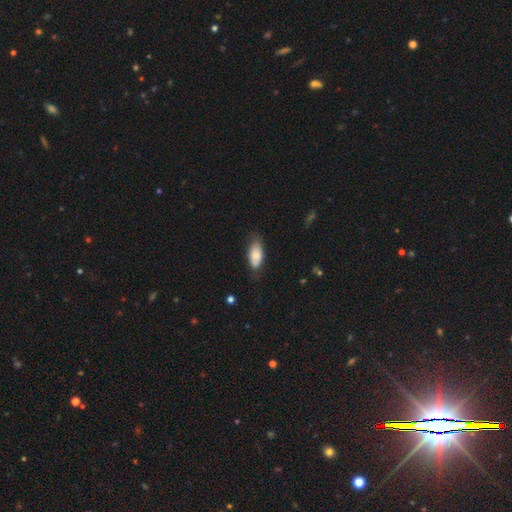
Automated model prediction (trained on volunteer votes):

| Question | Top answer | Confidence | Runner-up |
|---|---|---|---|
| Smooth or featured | smooth | 79% | featured or disk (14%) |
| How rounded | in between | 90% | cigar-shaped (7%) |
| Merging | none | 66% | minor disturbance (26%) |